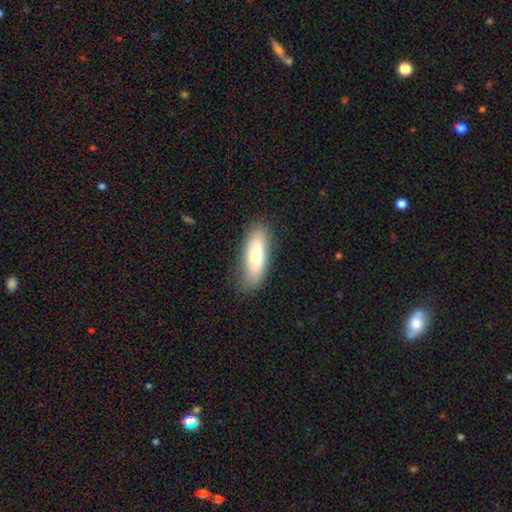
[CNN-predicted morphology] Q: Smooth or featured?
A: smooth (69%); runner-up: featured or disk (25%)
Q: How rounded?
A: in between (62%); runner-up: cigar-shaped (35%)
Q: Merging?
A: none (83%); runner-up: minor disturbance (13%)